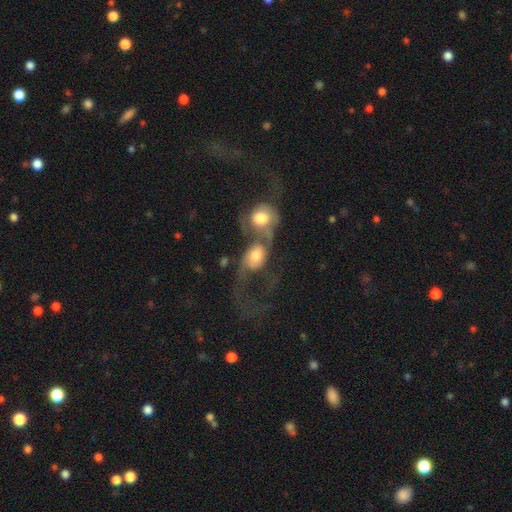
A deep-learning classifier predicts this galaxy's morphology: type=featured or disk (55%); edge-on=no (95%); bar=no (72%); spiral arms=yes (72%); bulge=moderate (49%); merging=merger (80%).